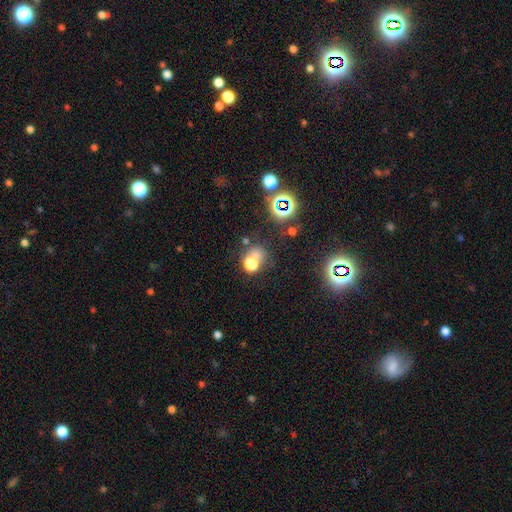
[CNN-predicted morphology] The model was most divided on "smooth or featured": smooth: 55%, star or artifact: 34%, featured or disk: 11%. More confident: how rounded — round (73%); merging — none (54%).